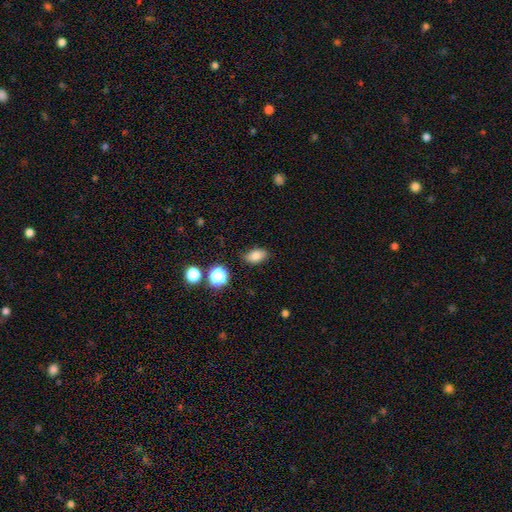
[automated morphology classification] Q: Smooth or featured?
A: smooth (81%); runner-up: star or artifact (12%)
Q: How rounded?
A: in between (86%); runner-up: round (11%)
Q: Merging?
A: none (83%); runner-up: minor disturbance (12%)